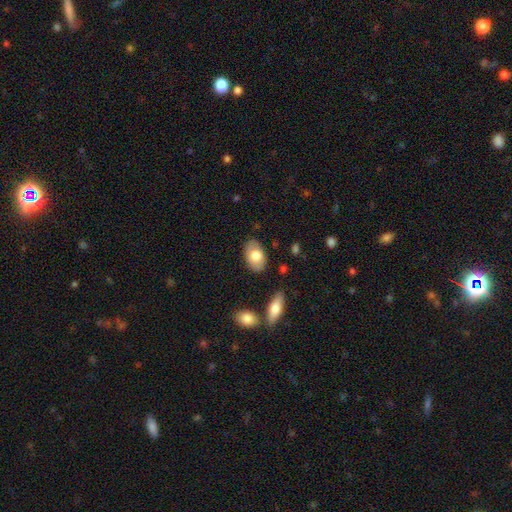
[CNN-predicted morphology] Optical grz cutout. It shows a smooth galaxy with no disk features (72%) that is in between round and cigar-shaped (92%). Merging: none (83%).